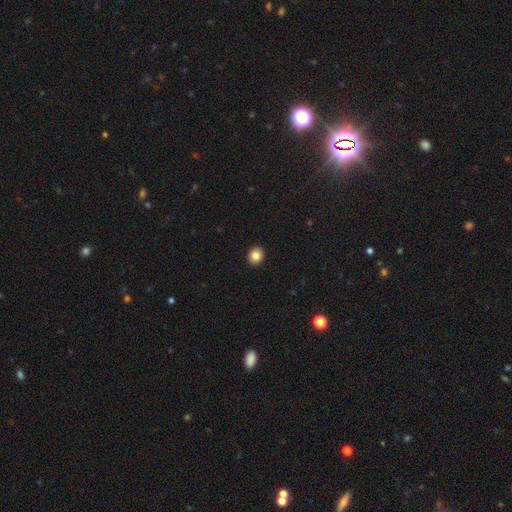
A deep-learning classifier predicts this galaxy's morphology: A smooth galaxy with no disk features (85%) that is round (75%).

Vote fractions:
- Smooth or featured? smooth: 85% / star or artifact: 10% / featured or disk: 5%
- How rounded? round: 75% / in between: 24% / cigar-shaped: 1%
- Merging? none: 92% / minor disturbance: 5% / major disturbance: 2% / merger: 1%